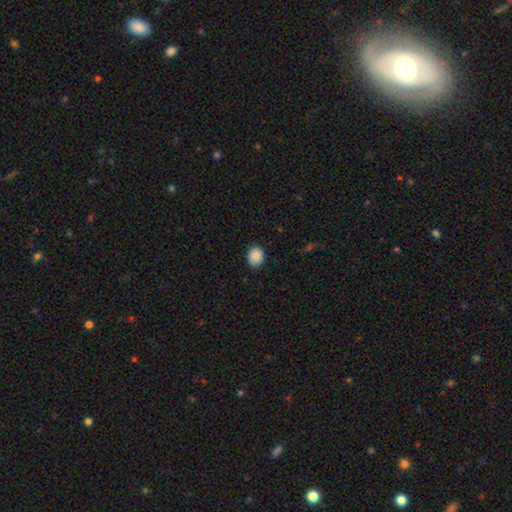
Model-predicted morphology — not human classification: Smooth or featured? Predicted: smooth (p=0.87). How rounded? Predicted: round (p=0.65). Merging? Predicted: none (p=0.87).